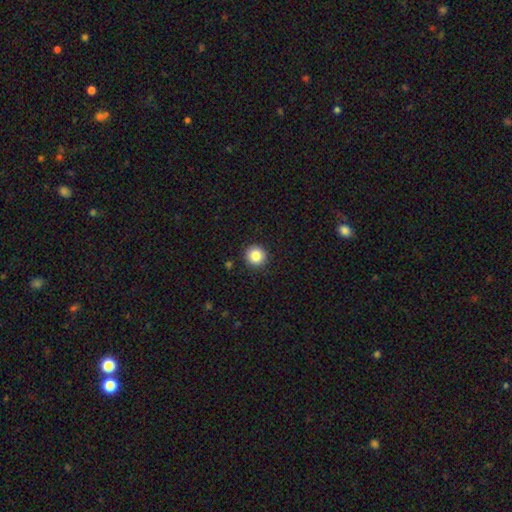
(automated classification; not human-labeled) This appears to be a smooth galaxy with no disk features (85%) that is round (95%). Merging: none (92%).